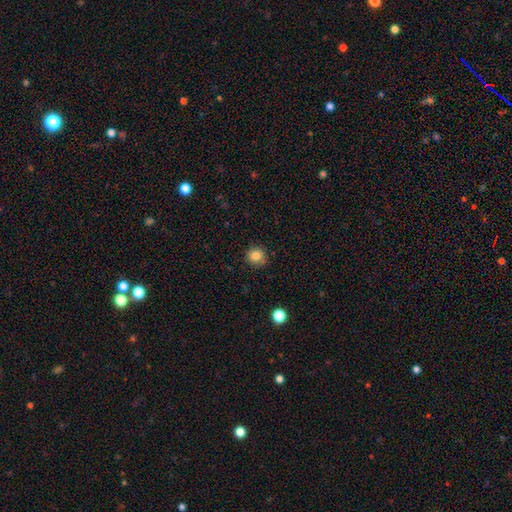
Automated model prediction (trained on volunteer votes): A smooth galaxy with no disk features (83%) that is round (90%).

Vote fractions:
- Smooth or featured? smooth: 83% / star or artifact: 11% / featured or disk: 5%
- How rounded? round: 90% / in between: 9% / cigar-shaped: 1%
- Merging? none: 87% / minor disturbance: 9% / major disturbance: 2% / merger: 2%